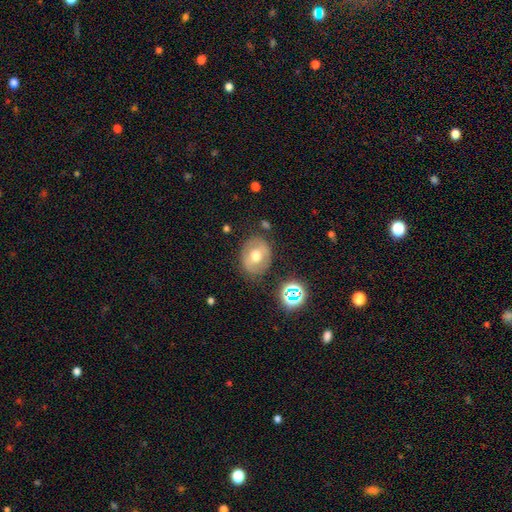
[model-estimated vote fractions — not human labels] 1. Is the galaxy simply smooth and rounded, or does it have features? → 52% smooth, 37% featured or disk, 11% star or artifact.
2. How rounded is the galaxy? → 61% round, 38% in between, 1% cigar-shaped.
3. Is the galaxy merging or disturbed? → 78% none, 14% minor disturbance, 5% major disturbance, 3% merger.